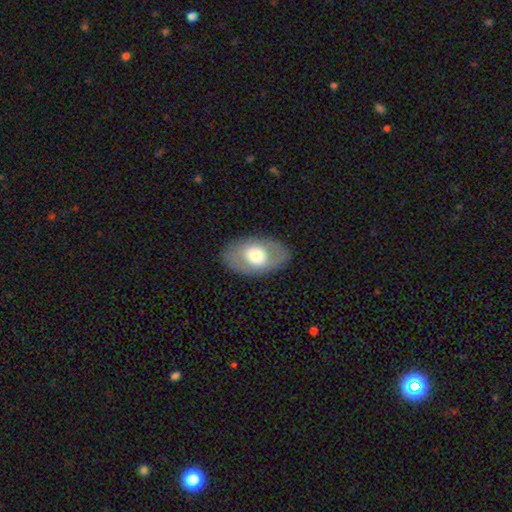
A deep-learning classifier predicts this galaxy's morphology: A smooth galaxy with no disk features (53%) that is in between round and cigar-shaped (86%). Merging: none (83%).